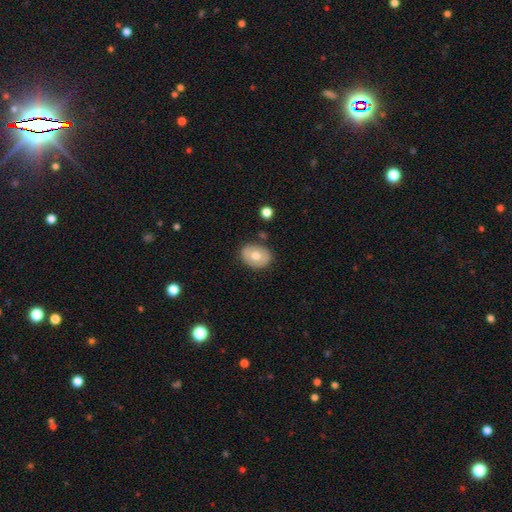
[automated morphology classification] type=smooth (66%); roundness=in between (58%); merging=none (83%).